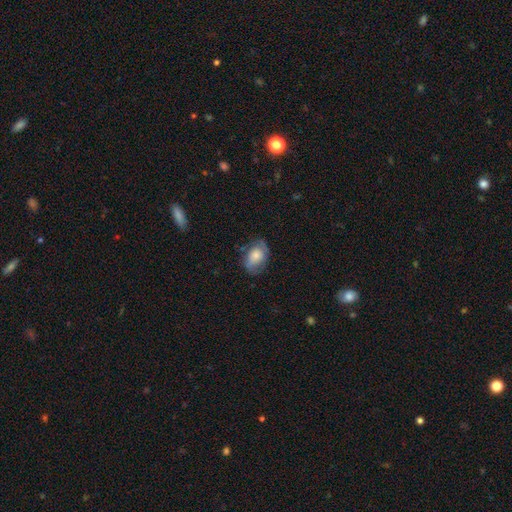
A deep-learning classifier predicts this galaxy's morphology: Smooth or featured? smooth (58%)
How rounded? in between (78%)
Merging? none (61%)